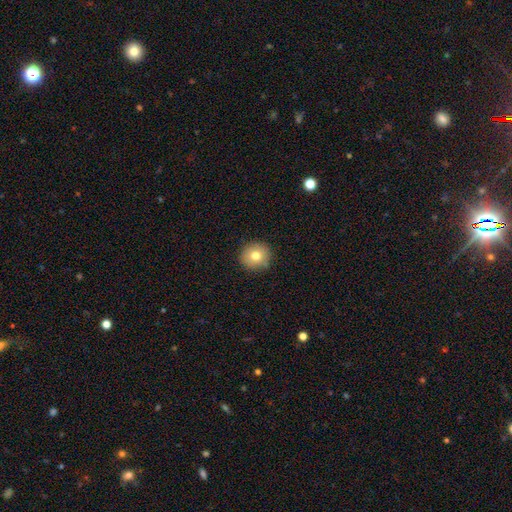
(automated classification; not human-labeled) A smooth galaxy with no disk features (76%) that is round (92%).

Vote fractions:
- Smooth or featured? smooth: 76% / featured or disk: 13% / star or artifact: 11%
- How rounded? round: 92% / in between: 7% / cigar-shaped: 1%
- Merging? none: 89% / minor disturbance: 7% / major disturbance: 2% / merger: 1%